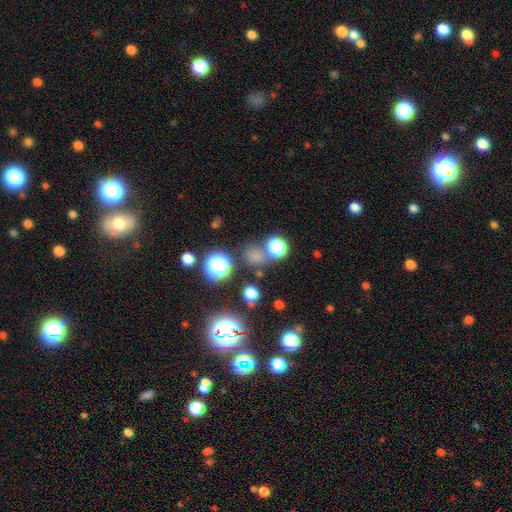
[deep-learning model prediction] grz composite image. It shows a smooth galaxy with no disk features (62%) that is round (79%). Merging: none (71%).